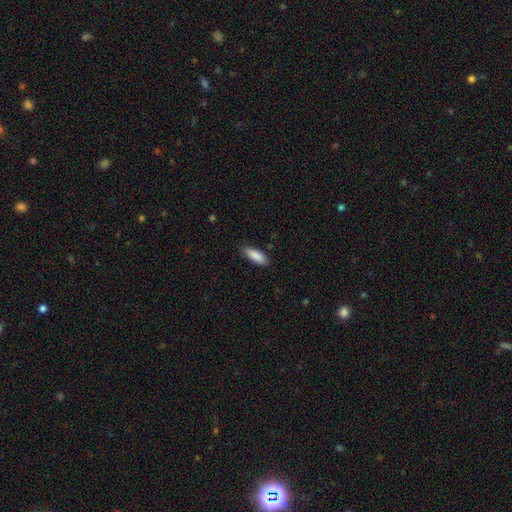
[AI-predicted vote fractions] Smooth or featured? Predicted: smooth (p=0.88). How rounded? Predicted: in between (p=0.59). Merging? Predicted: none (p=0.86).